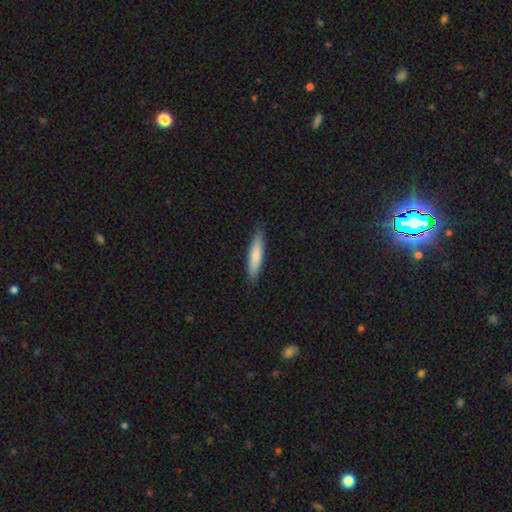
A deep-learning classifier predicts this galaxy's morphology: smooth_or_featured: smooth (p=0.79) [alt: featured or disk p=0.15]
how_rounded: cigar-shaped (p=0.81) [alt: in between p=0.18]
merging: none (p=0.88) [alt: minor disturbance p=0.09]